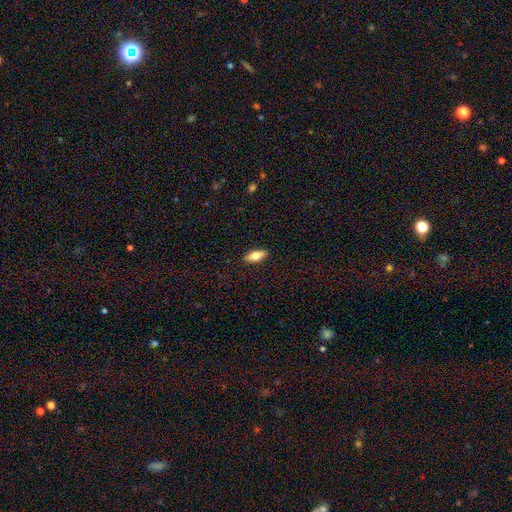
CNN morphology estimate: smooth 65%, featured or disk 28%, star or artifact 6%. Down the decision tree: how rounded — in between (71%); merging — none (90%).